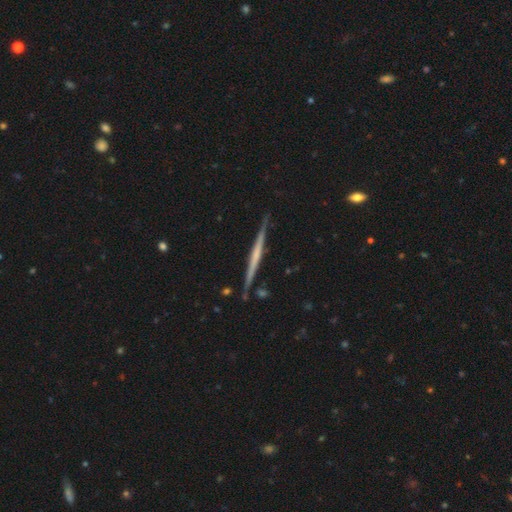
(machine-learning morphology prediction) Smooth or featured?
  - featured or disk: 70% *
  - smooth: 25%
  - star or artifact: 6%
Edge-on disk?
  - yes: 98% *
  - no: 2%
Edge-on bulge?
  - none: 66% *
  - rounded: 22%
  - boxy: 11%
Merging?
  - none: 88% *
  - minor disturbance: 9%
  - merger: 2%
  - major disturbance: 2%